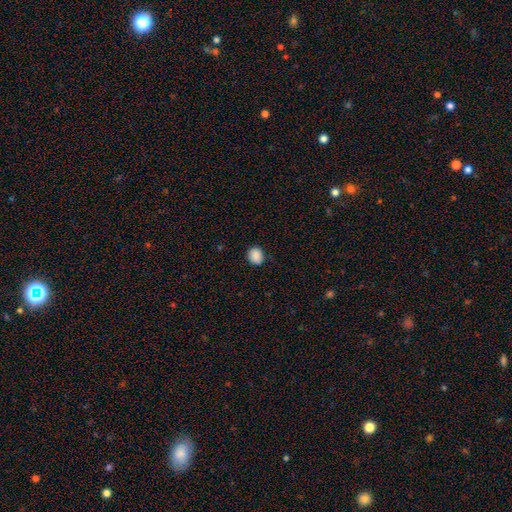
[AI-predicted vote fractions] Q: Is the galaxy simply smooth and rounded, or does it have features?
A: smooth — 89%.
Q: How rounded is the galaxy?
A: round — 69%.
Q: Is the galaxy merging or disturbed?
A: none — 85%.